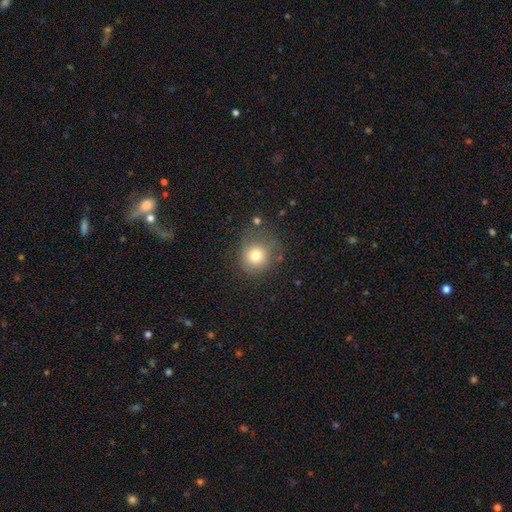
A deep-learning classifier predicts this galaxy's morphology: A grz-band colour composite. It shows a smooth galaxy with no disk features (77%) that is round (86%). Merging: none (66%).